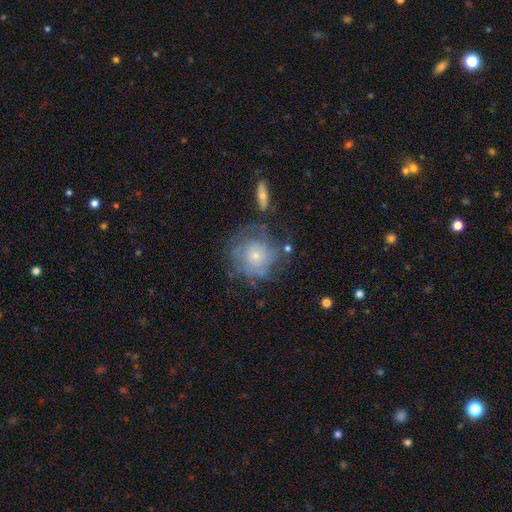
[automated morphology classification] Smooth or featured? Predicted: featured or disk (p=0.47). Merging? Predicted: none (p=0.55).